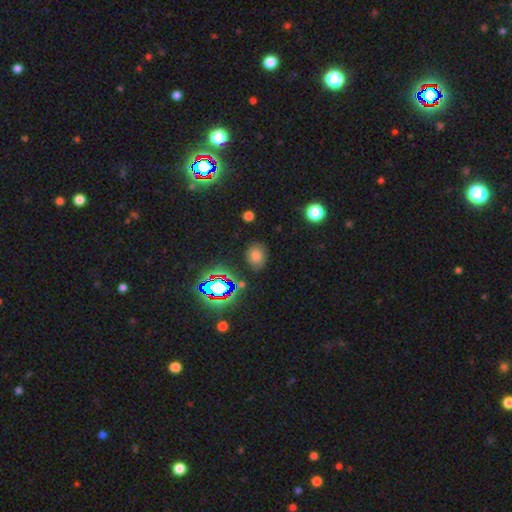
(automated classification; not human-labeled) This is likely a smooth galaxy (63%). How rounded: possibly in between (56%). Merging: clearly none (82%).